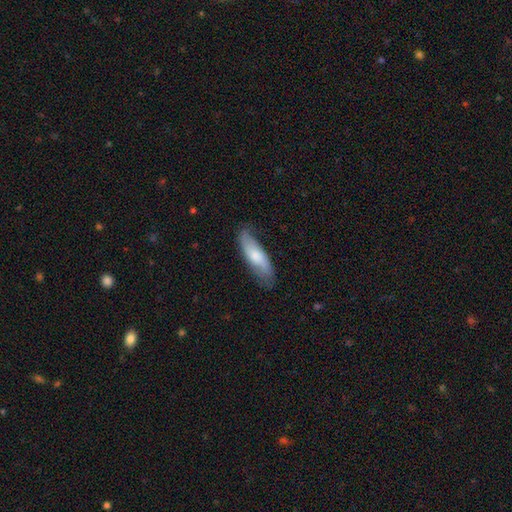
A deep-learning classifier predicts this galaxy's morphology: Smooth or featured? smooth (59%)
How rounded? cigar-shaped (50%)
Merging? none (71%)